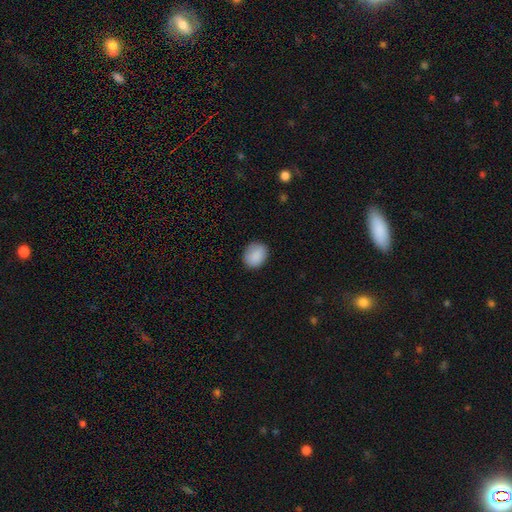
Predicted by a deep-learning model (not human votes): smooth_or_featured: smooth (p=0.89) [alt: star or artifact p=0.07]
how_rounded: round (p=0.57) [alt: in between p=0.42]
merging: none (p=0.85) [alt: minor disturbance p=0.12]